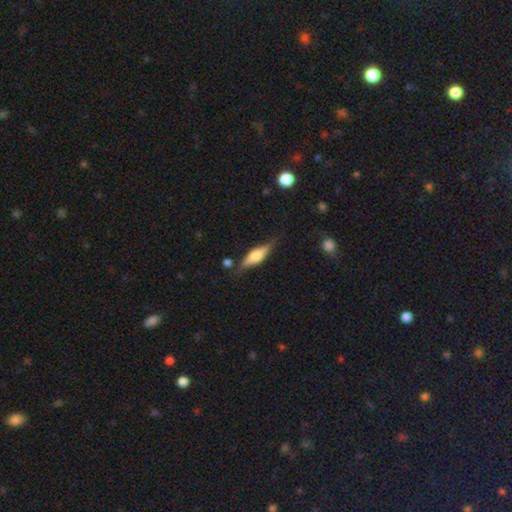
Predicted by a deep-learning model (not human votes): Overall: smooth (50%; featured or disk 43%). Merging: none (72%).